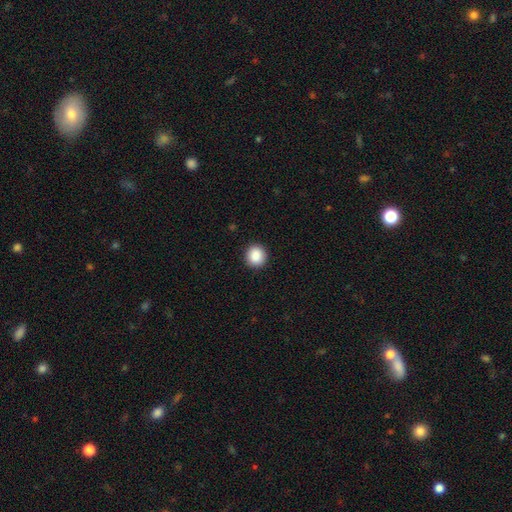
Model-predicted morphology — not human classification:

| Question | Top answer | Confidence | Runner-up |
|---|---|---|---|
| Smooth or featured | smooth | 89% | star or artifact (9%) |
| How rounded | round | 93% | in between (6%) |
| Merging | none | 92% | minor disturbance (5%) |